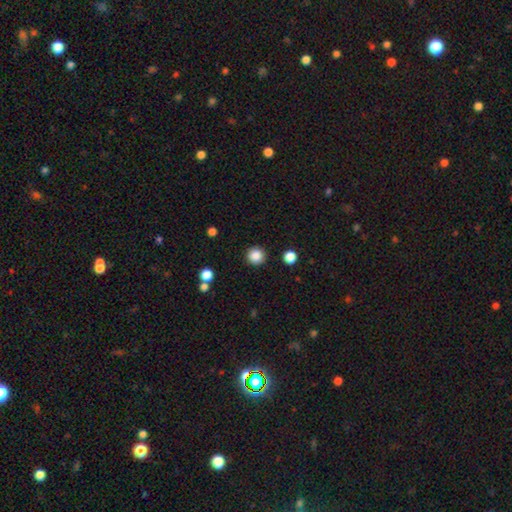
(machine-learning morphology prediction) Smooth or featured: smooth — 86% (star or artifact — 10%)
How rounded: round — 95% (in between — 4%)
Merging: none — 91% (minor disturbance — 5%)